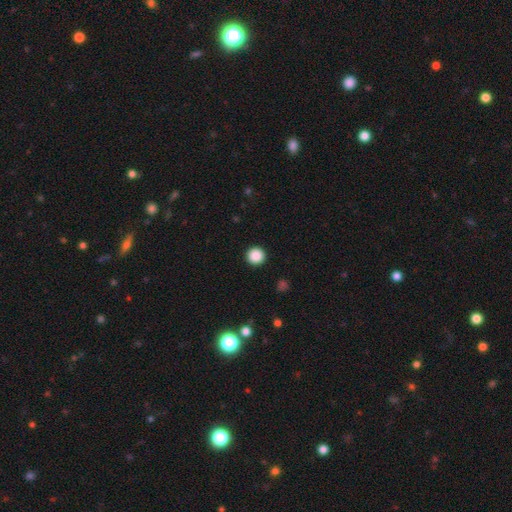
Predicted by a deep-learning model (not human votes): The model was most divided on "smooth or featured": smooth: 88%, star or artifact: 10%, featured or disk: 3%. More confident: how rounded — round (96%); merging — none (93%).